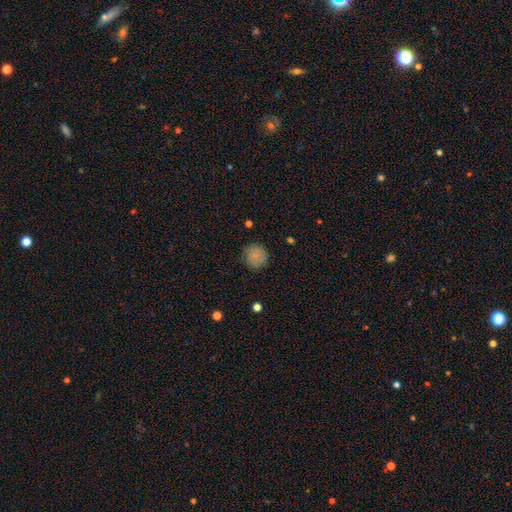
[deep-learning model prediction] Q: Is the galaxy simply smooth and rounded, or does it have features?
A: smooth — 80%.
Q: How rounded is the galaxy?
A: round — 91%.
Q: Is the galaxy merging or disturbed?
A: none — 78%.